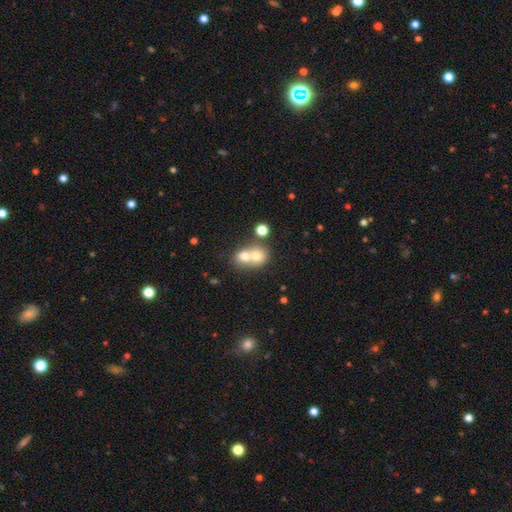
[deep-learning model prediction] Morphology: type=smooth (69%); roundness=round (70%); merging=merger (69%).